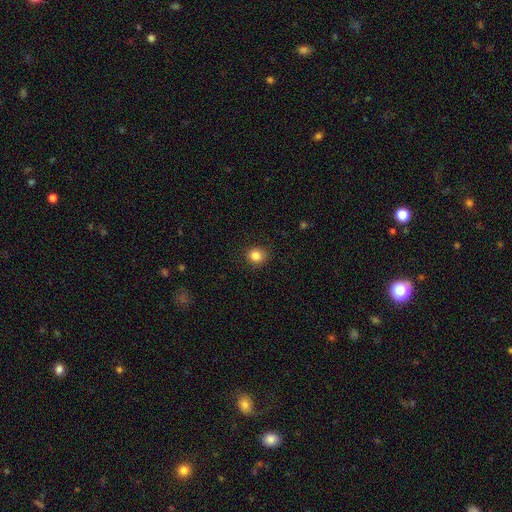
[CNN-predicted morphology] A smooth galaxy with no disk features (84%) that is round (81%). Merging: none (87%).